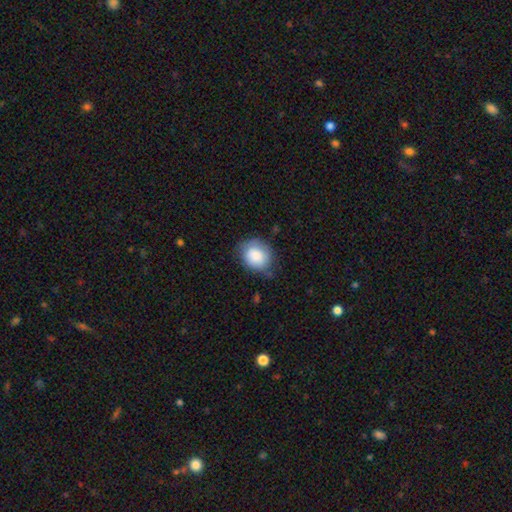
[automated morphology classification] Smooth or featured? Predicted: smooth (p=0.82). How rounded? Predicted: round (p=0.66). Merging? Predicted: none (p=0.64).